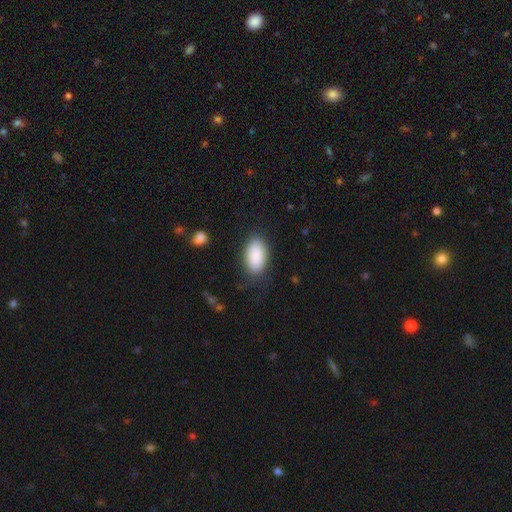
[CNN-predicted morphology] Smooth or featured? Predicted: smooth (p=0.89). How rounded? Predicted: in between (p=0.94). Merging? Predicted: none (p=0.79).